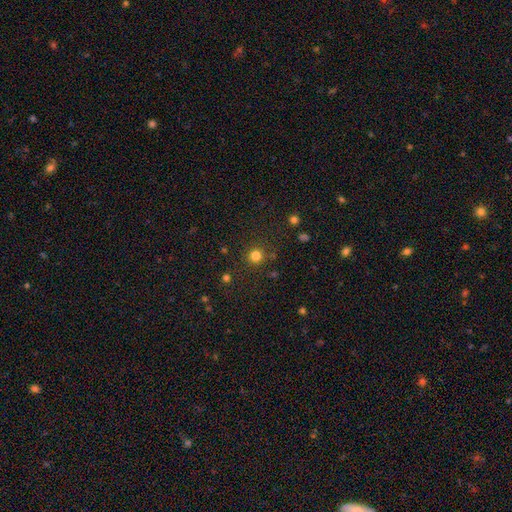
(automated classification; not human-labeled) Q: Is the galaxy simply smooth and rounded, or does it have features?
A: smooth — 80%.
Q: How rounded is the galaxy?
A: round — 93%.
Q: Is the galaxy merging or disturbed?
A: none — 86%.